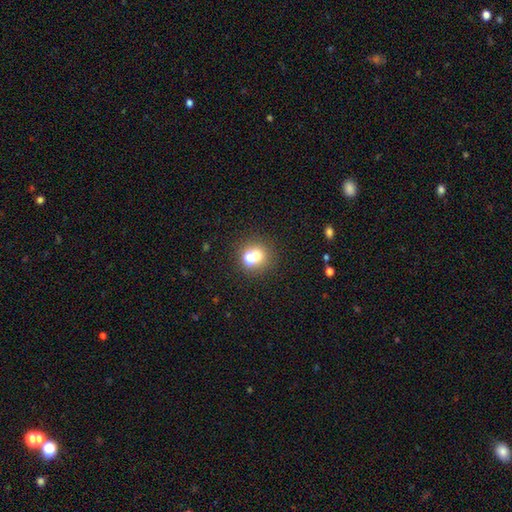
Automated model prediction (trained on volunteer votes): A smooth galaxy with no disk features (65%) that is round (84%).

Vote fractions:
- Smooth or featured? smooth: 65% / star or artifact: 18% / featured or disk: 17%
- How rounded? round: 84% / in between: 15% / cigar-shaped: 1%
- Merging? none: 52% / merger: 38% / minor disturbance: 7% / major disturbance: 4%